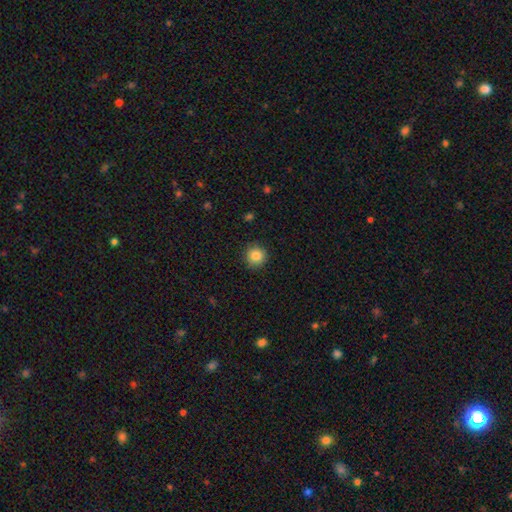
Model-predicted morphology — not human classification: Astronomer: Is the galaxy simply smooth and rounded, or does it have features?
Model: smooth — 86%.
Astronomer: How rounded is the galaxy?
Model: round — 94%.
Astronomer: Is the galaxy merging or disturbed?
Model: none — 89%.